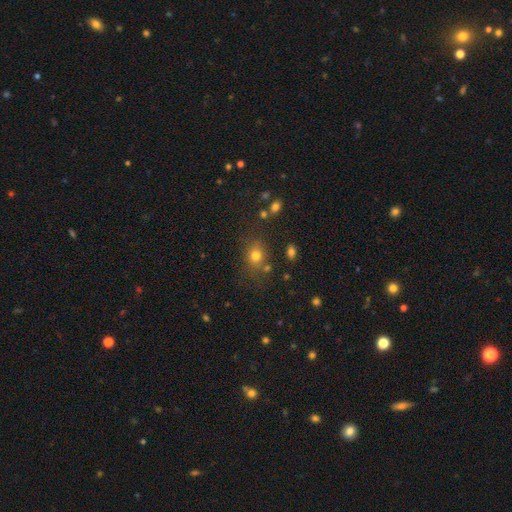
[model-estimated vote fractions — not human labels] Morphology: type=smooth (75%); roundness=round (60%); merging=none (73%).